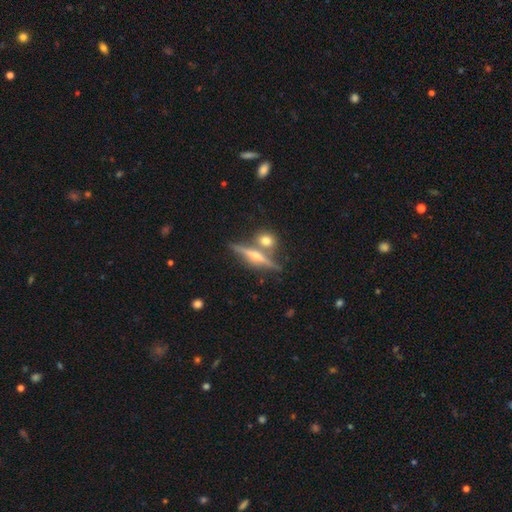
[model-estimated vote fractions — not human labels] Morphology: type=featured or disk (74%); edge-on=yes (96%); edge-on bulge=rounded (88%); merging=none (73%).